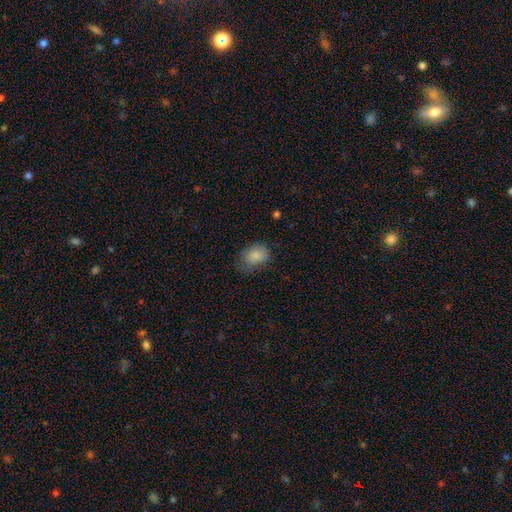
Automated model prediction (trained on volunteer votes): Overall: smooth (85%). How rounded: in between (71%). Merging: none (56%; minor disturbance 31%).